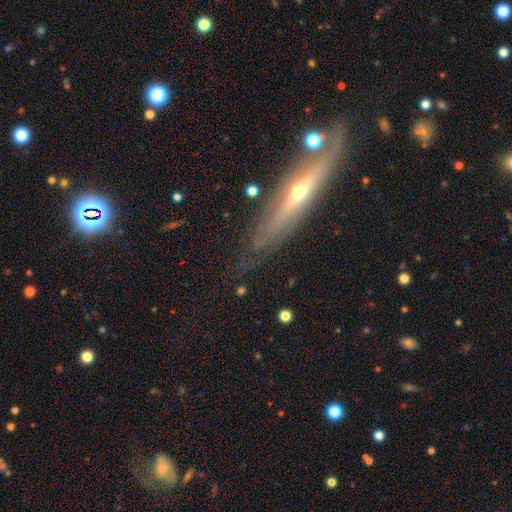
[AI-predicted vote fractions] Smooth or featured? Predicted: featured or disk (p=0.71). Edge-on disk? Predicted: yes (p=0.83). Edge-on bulge? Predicted: rounded (p=0.79). Merging? Predicted: none (p=0.77).